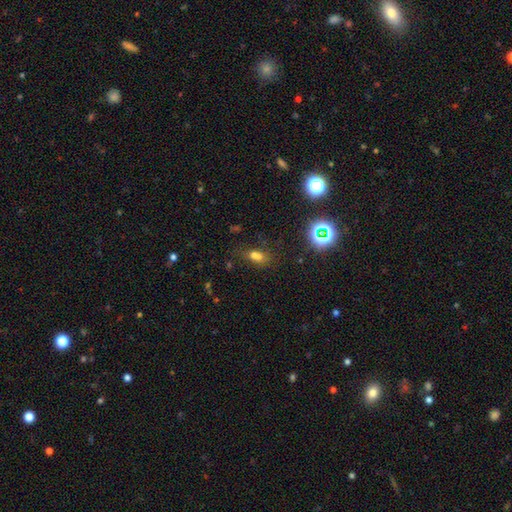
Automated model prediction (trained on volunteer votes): A smooth galaxy with no disk features (60%) that is in between round and cigar-shaped (68%). Merging: none (46%).